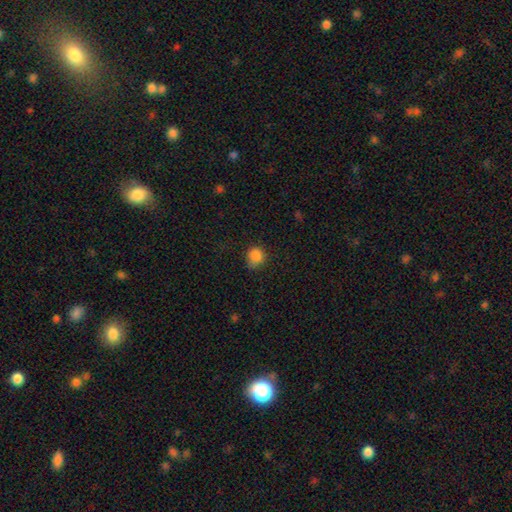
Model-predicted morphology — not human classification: Smooth or featured?
  - smooth: 85% *
  - star or artifact: 11%
  - featured or disk: 4%
How rounded?
  - round: 76% *
  - in between: 23%
  - cigar-shaped: 1%
Merging?
  - none: 71% *
  - minor disturbance: 22%
  - major disturbance: 6%
  - merger: 1%